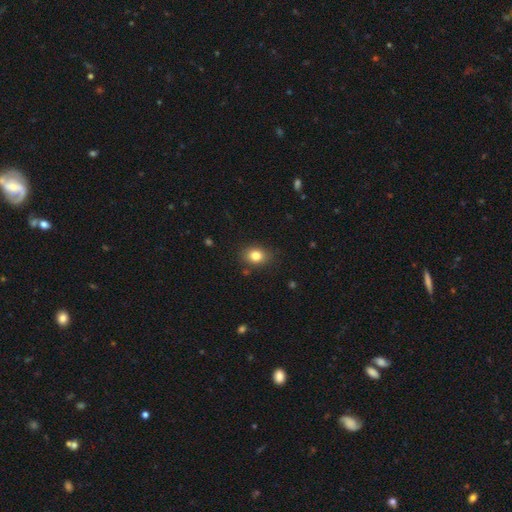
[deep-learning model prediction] This appears to be a smooth galaxy with no disk features (82%) that is in between round and cigar-shaped (54%). Merging: none (85%).